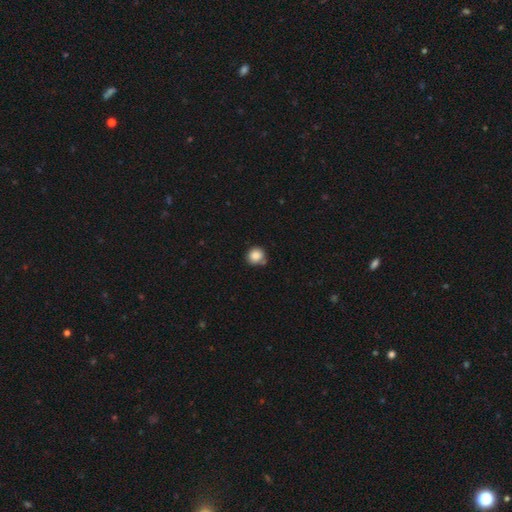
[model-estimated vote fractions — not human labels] This appears to be a smooth galaxy with no disk features (86%) that is round (88%). Merging: none (72%).